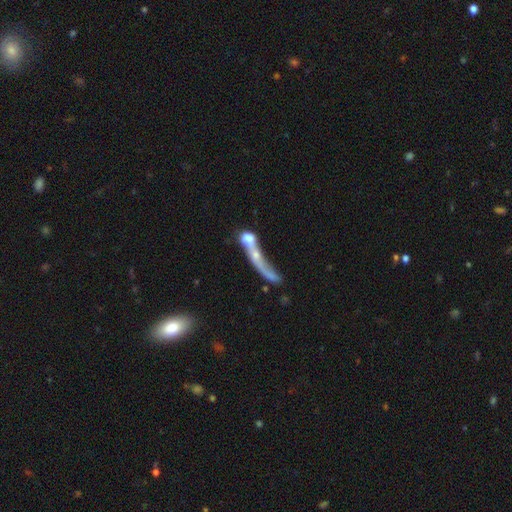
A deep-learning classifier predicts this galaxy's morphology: This is possibly a featured or disk galaxy (49%). Merging: possibly merger (53%).